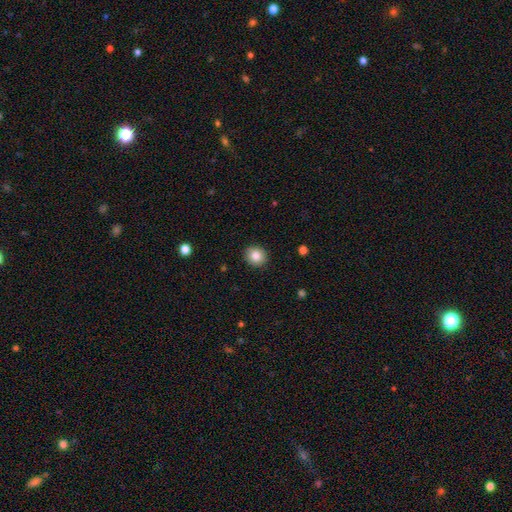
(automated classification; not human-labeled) Q: Smooth or featured?
A: smooth (85%); runner-up: star or artifact (9%)
Q: How rounded?
A: round (82%); runner-up: in between (17%)
Q: Merging?
A: none (91%); runner-up: minor disturbance (6%)